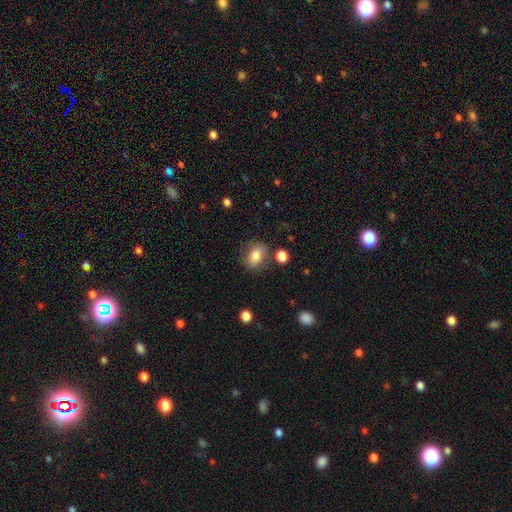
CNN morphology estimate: Smooth or featured? smooth (77%)
How rounded? in between (63%)
Merging? none (75%)